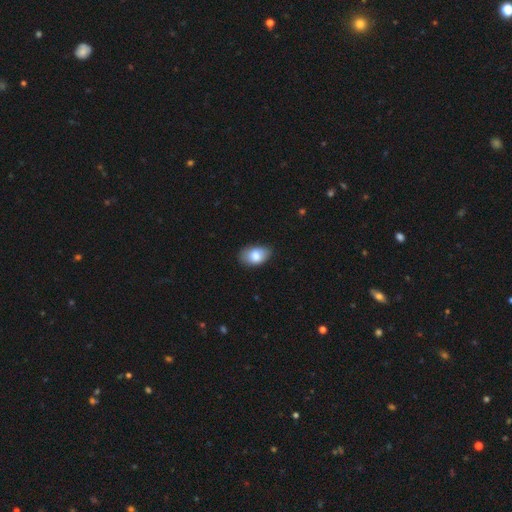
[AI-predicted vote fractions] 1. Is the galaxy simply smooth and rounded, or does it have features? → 82% smooth, 11% featured or disk, 7% star or artifact.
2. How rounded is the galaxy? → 89% in between, 10% round, 1% cigar-shaped.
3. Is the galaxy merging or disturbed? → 71% none, 24% minor disturbance, 4% major disturbance, 1% merger.